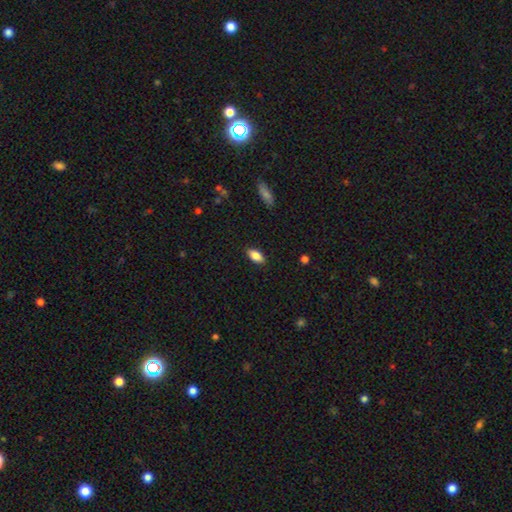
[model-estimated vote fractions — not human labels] The model was most divided on "smooth or featured": smooth: 85%, featured or disk: 8%, star or artifact: 7%. More confident: how rounded — in between (90%); merging — none (88%).